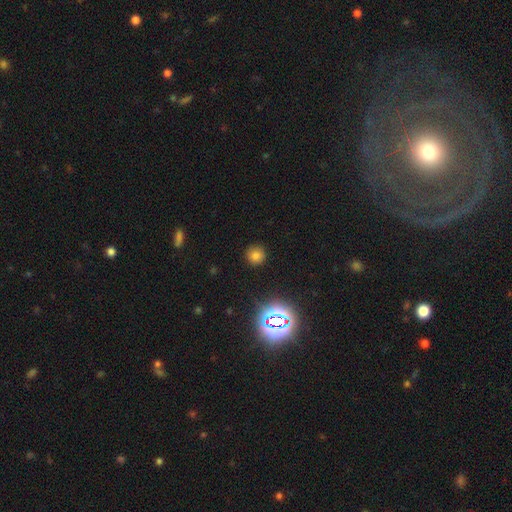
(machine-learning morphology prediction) Smooth or featured: smooth — 74% (star or artifact — 20%)
How rounded: round — 93% (in between — 6%)
Merging: none — 89% (minor disturbance — 7%)